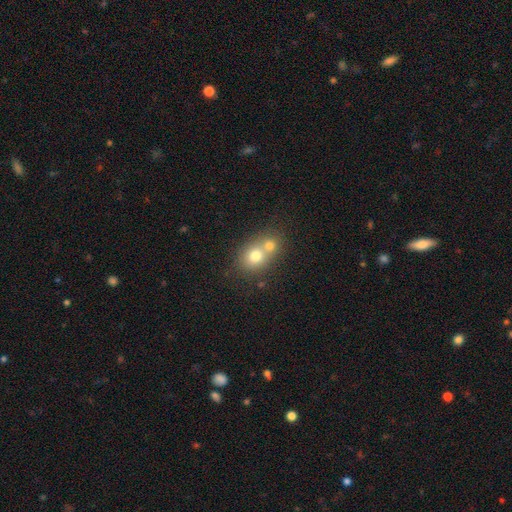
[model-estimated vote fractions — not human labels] Morphology: type=smooth (72%); roundness=round (60%); merging=merger (61%).